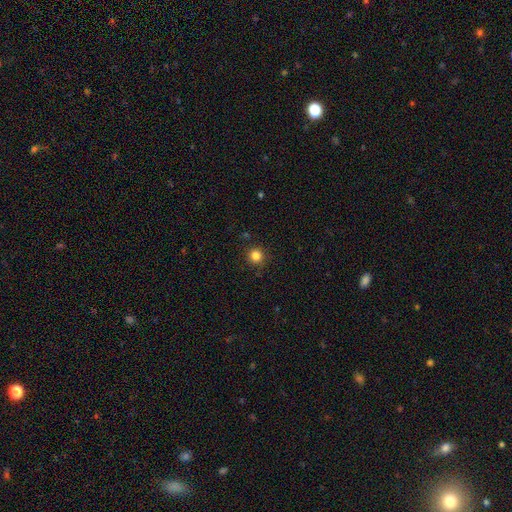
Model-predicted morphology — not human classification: Smooth or featured: smooth — 84% (star or artifact — 12%)
How rounded: round — 94% (in between — 5%)
Merging: none — 90% (minor disturbance — 7%)